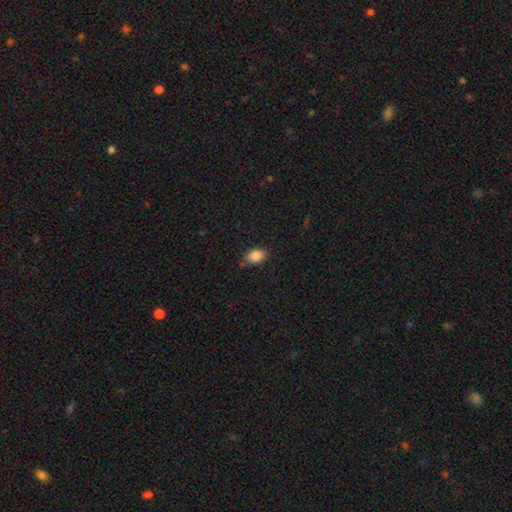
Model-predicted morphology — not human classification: Overall: smooth (86%). How rounded: in between (78%). Merging: none (75%).